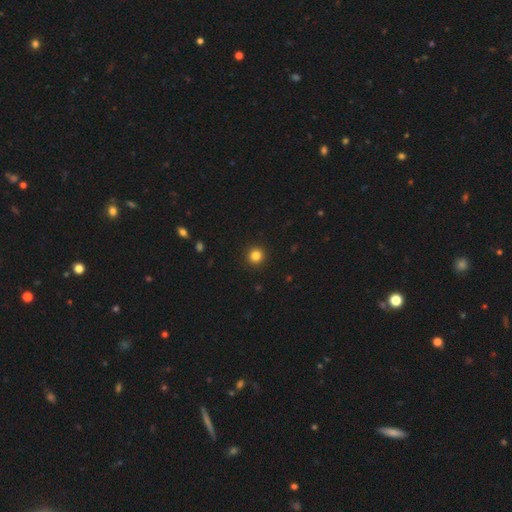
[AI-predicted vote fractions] Q: Smooth or featured?
A: smooth (84%); runner-up: star or artifact (12%)
Q: How rounded?
A: round (95%); runner-up: in between (4%)
Q: Merging?
A: none (93%); runner-up: minor disturbance (4%)